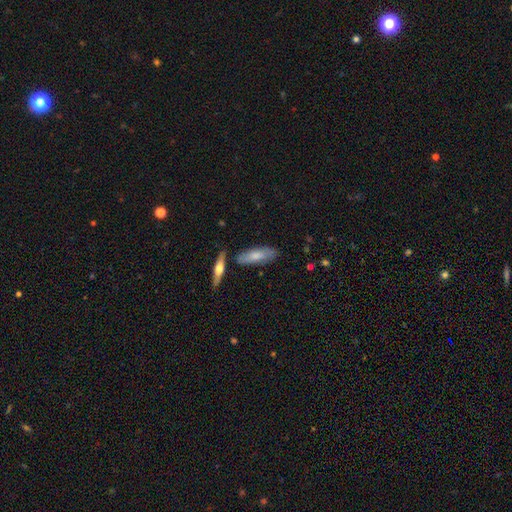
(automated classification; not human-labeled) A smooth galaxy with no disk features (68%) that is in between round and cigar-shaped (50%).

Vote fractions:
- Smooth or featured? smooth: 68% / featured or disk: 27% / star or artifact: 5%
- How rounded? in between: 50% / cigar-shaped: 48% / round: 2%
- Merging? none: 77% / minor disturbance: 13% / merger: 7% / major disturbance: 3%